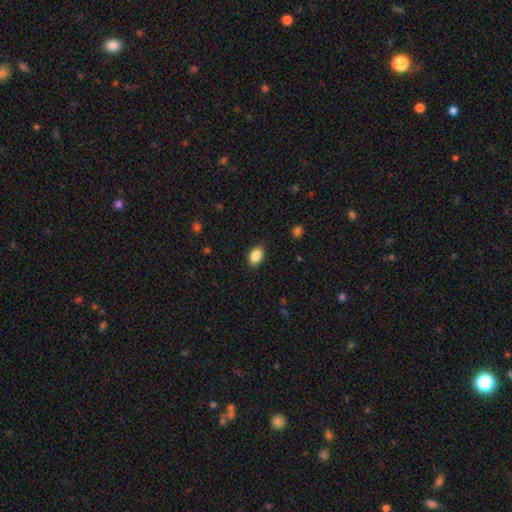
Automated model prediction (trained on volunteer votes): A smooth galaxy with no disk features (88%) that is in between round and cigar-shaped (86%). Merging: none (85%).